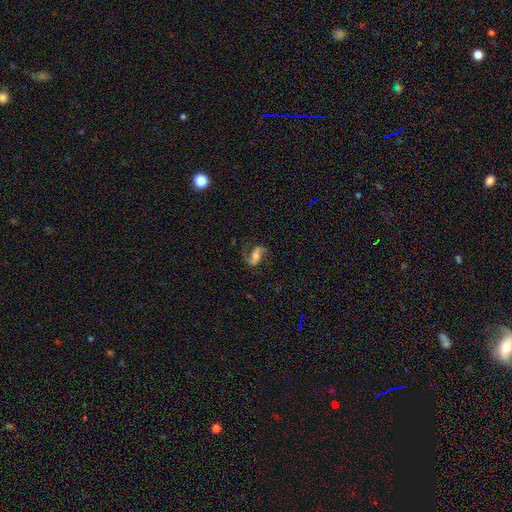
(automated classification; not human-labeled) The model was most divided on "bar": weak: 37%, no: 34%, strong: 29%. More confident: edge-on disk — no (97%); spiral arms — yes (96%); spiral arm count — 2 (92%); smooth or featured — featured or disk (84%); merging — none (76%); bulge size — moderate (55%); spiral winding — loose (53%).